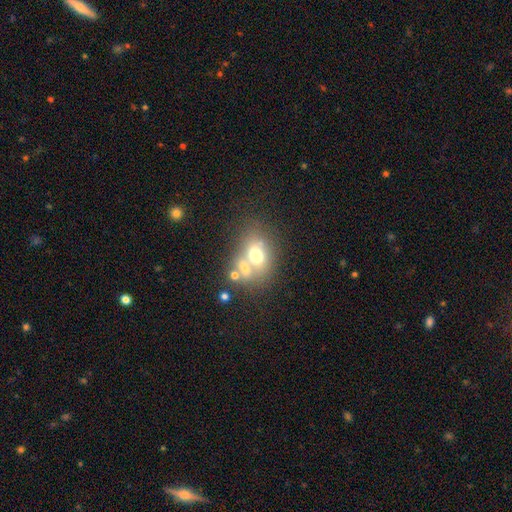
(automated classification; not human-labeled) Smooth or featured: smooth — 62% (featured or disk — 26%)
How rounded: in between — 61% (round — 37%)
Merging: merger — 48% (none — 34%)